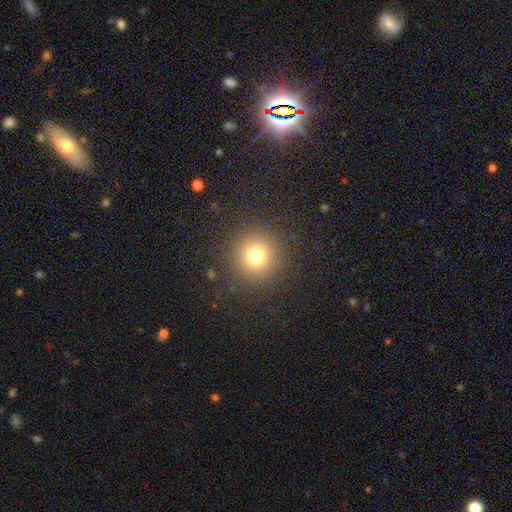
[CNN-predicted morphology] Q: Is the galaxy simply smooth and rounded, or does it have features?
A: smooth — 74%.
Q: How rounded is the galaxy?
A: round — 94%.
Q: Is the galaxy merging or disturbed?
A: none — 89%.